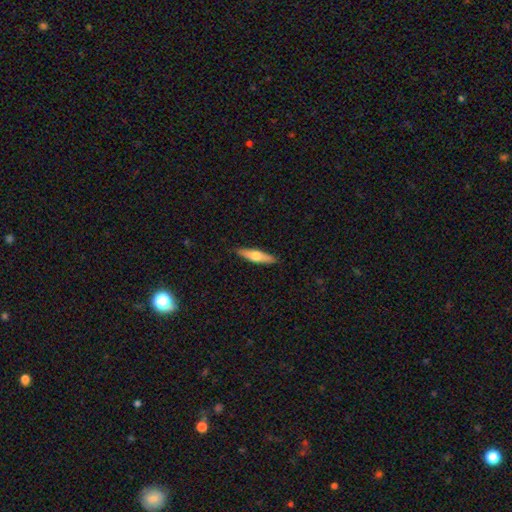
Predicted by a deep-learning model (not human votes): smooth-or-featured: smooth: 51% | featured or disk: 43% | star or artifact: 5%
  how-rounded: cigar-shaped: 74% | in between: 24% | round: 2%
  merging: none: 89% | minor disturbance: 8% | major disturbance: 2% | merger: 1%